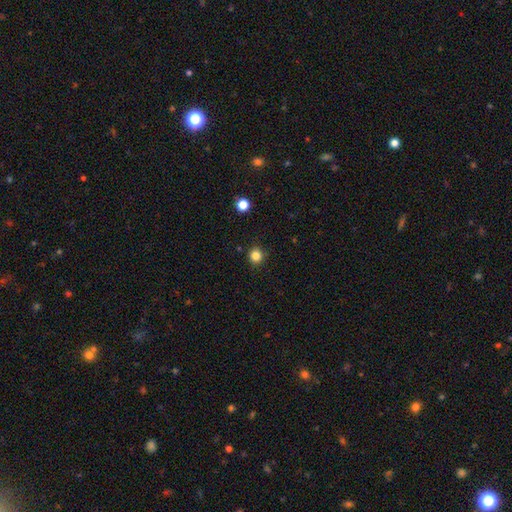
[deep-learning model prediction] Smooth or featured?
  - smooth: 83% *
  - star or artifact: 13%
  - featured or disk: 4%
How rounded?
  - round: 92% *
  - in between: 7%
  - cigar-shaped: 1%
Merging?
  - none: 91% *
  - minor disturbance: 6%
  - major disturbance: 2%
  - merger: 1%